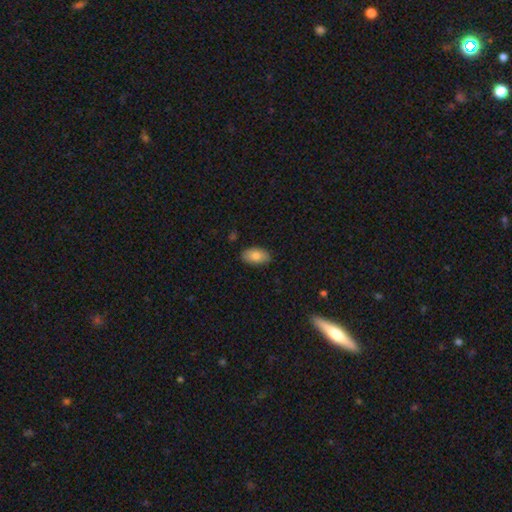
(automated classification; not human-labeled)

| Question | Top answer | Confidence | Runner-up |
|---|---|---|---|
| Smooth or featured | smooth | 81% | featured or disk (13%) |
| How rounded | in between | 94% | round (4%) |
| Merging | none | 86% | minor disturbance (11%) |